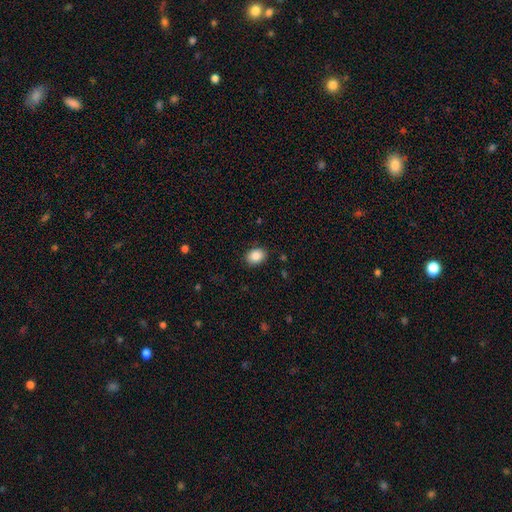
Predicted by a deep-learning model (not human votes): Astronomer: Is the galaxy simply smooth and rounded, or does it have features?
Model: smooth — 87%.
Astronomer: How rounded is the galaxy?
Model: in between — 65%.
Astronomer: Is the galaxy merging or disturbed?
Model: none — 88%.